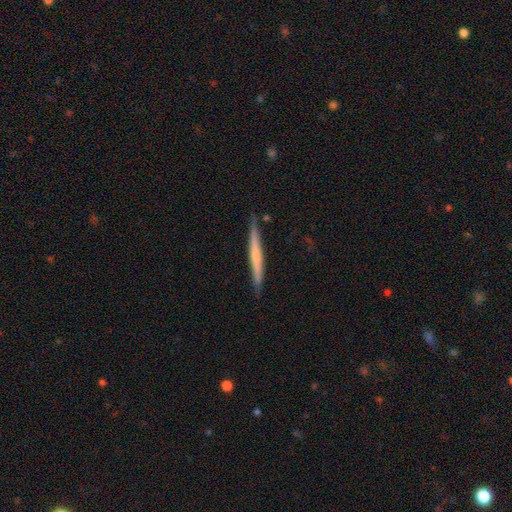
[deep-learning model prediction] Smooth or featured: featured or disk — 47% (tied with smooth — 47%)
Merging: none — 89% (minor disturbance — 9%)